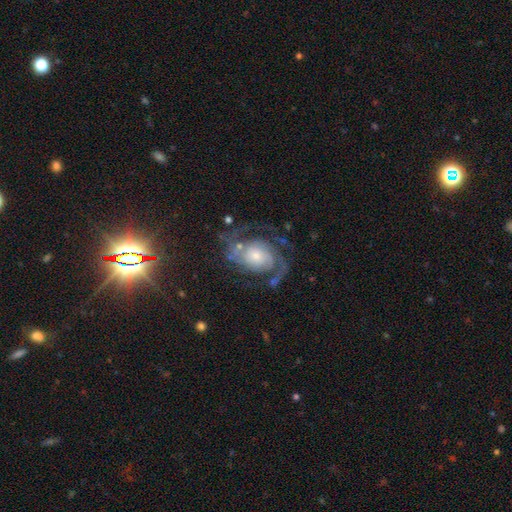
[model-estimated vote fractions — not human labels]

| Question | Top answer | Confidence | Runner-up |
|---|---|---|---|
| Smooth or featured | featured or disk | 85% | smooth (8%) |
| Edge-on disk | no | 98% | yes (2%) |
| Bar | no | 72% | weak (22%) |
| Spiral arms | yes | 96% | no (4%) |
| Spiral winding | medium | 49% | tight (28%) |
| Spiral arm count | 2 | 80% | can't tell (6%) |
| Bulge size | small | 47% | moderate (34%) |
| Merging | none | 63% | major disturbance (17%) |